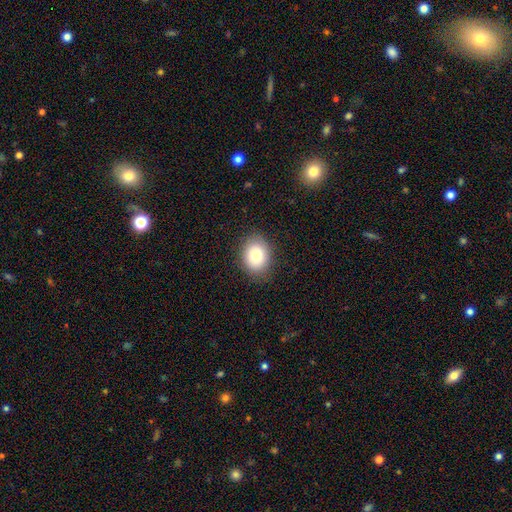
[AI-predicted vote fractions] Smooth or featured: smooth — 81% (featured or disk — 10%)
How rounded: in between — 53% (round — 46%)
Merging: none — 85% (minor disturbance — 11%)